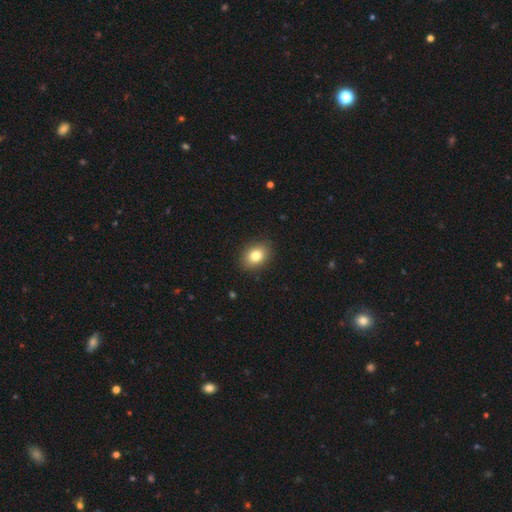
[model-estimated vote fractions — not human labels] Smooth or featured?
  - smooth: 82% *
  - featured or disk: 9%
  - star or artifact: 9%
How rounded?
  - in between: 70% *
  - round: 29%
  - cigar-shaped: 1%
Merging?
  - none: 88% *
  - minor disturbance: 9%
  - major disturbance: 2%
  - merger: 1%